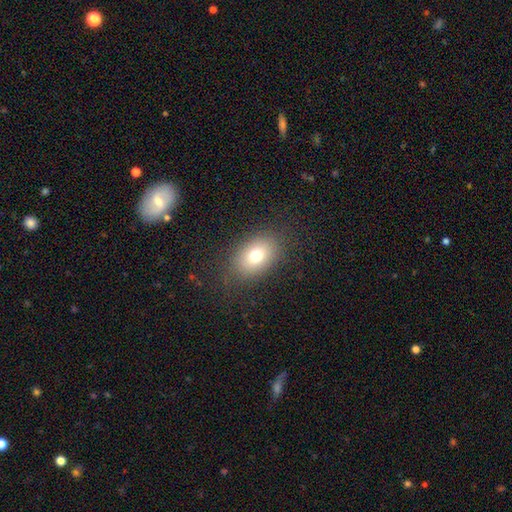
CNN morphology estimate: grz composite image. It shows a smooth galaxy with no disk features (75%) that is in between round and cigar-shaped (79%). Merging: none (82%).